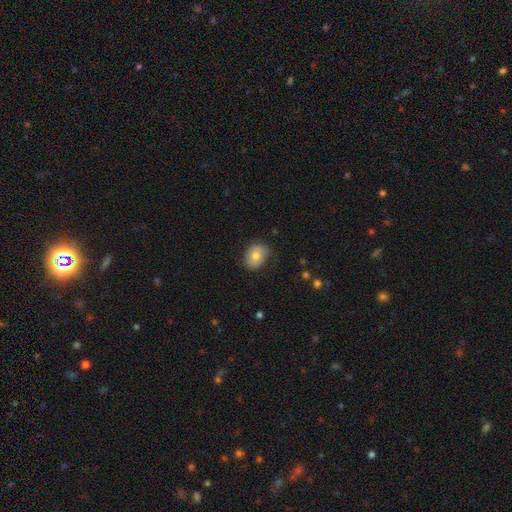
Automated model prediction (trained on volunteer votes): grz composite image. It shows a smooth galaxy with no disk features (74%) that is in between round and cigar-shaped (59%). Merging: none (77%).